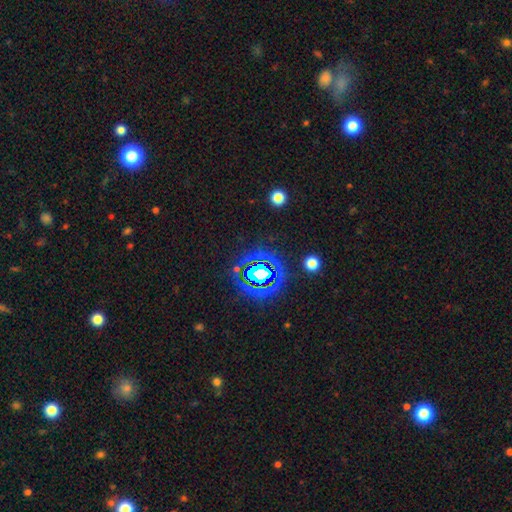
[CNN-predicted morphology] This appears to be a star or artifact, not a galaxy (80%).